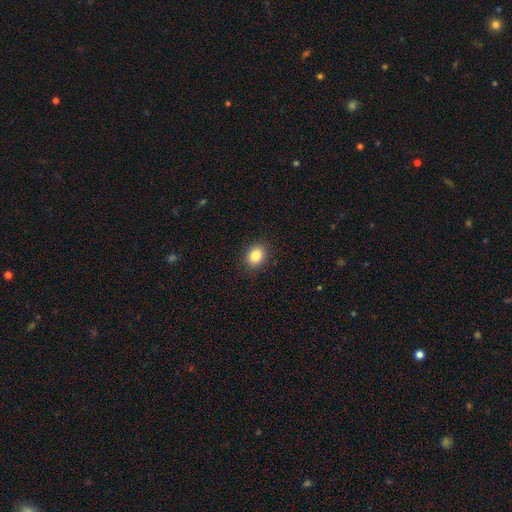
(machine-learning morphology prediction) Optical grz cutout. It shows a smooth galaxy with no disk features (85%) that is round (53%). Merging: none (89%).